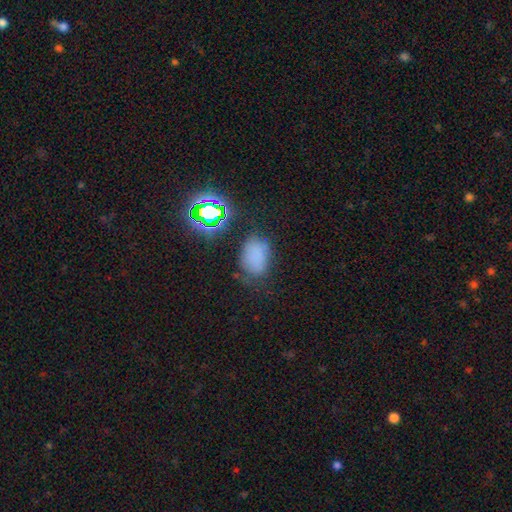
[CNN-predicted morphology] smooth_or_featured: smooth (p=0.67) [alt: star or artifact p=0.23]
how_rounded: in between (p=0.81) [alt: round p=0.17]
merging: none (p=0.63) [alt: minor disturbance p=0.24]